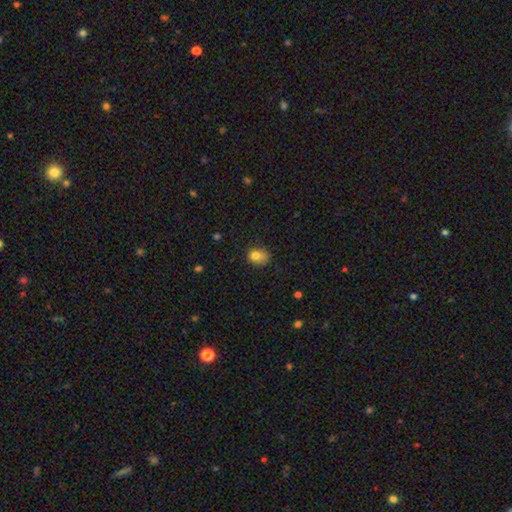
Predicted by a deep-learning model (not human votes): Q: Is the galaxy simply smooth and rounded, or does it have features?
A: smooth — 78%.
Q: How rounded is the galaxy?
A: in between — 53%.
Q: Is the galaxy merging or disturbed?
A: none — 49%.